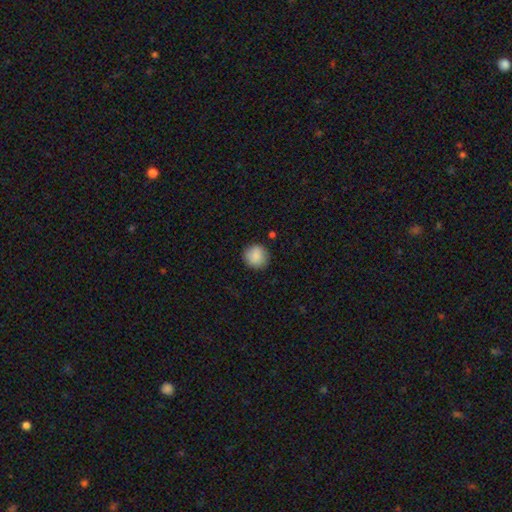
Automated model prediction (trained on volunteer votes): This appears to be a smooth galaxy with no disk features (86%) that is round (91%). Merging: none (85%).